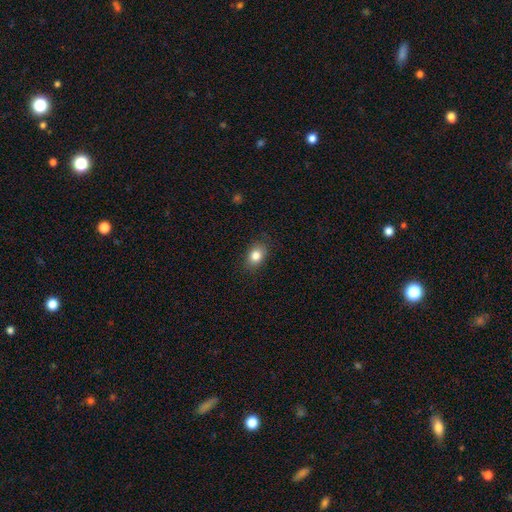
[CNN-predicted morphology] Smooth or featured?
  - smooth: 83% *
  - star or artifact: 9%
  - featured or disk: 8%
How rounded?
  - in between: 71% *
  - round: 27%
  - cigar-shaped: 1%
Merging?
  - none: 85% *
  - minor disturbance: 11%
  - major disturbance: 3%
  - merger: 1%